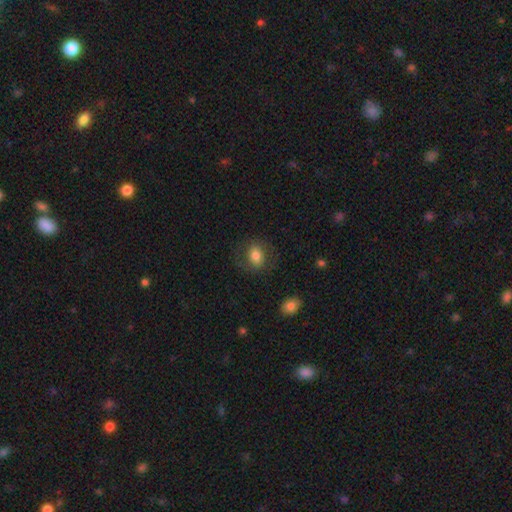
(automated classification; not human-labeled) A smooth galaxy with no disk features (70%) that is in between round and cigar-shaped (55%).

Vote fractions:
- Smooth or featured? smooth: 70% / featured or disk: 22% / star or artifact: 8%
- How rounded? in between: 55% / round: 44% / cigar-shaped: 1%
- Merging? none: 74% / minor disturbance: 15% / major disturbance: 10% / merger: 1%